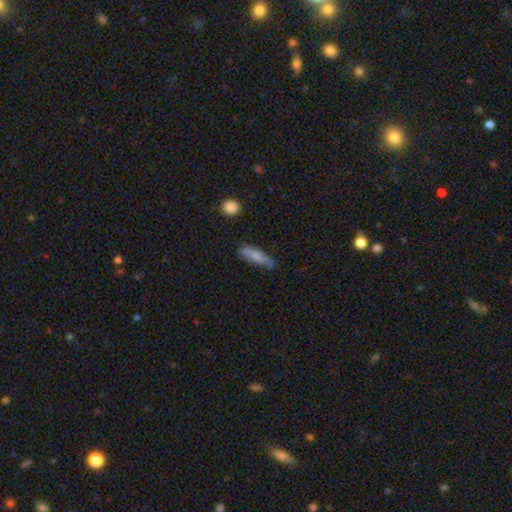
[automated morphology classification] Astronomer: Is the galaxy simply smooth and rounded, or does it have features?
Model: smooth — 67%.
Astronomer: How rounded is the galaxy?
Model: cigar-shaped — 55% (runner-up: in between, 42%).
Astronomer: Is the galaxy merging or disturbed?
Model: none — 59%.